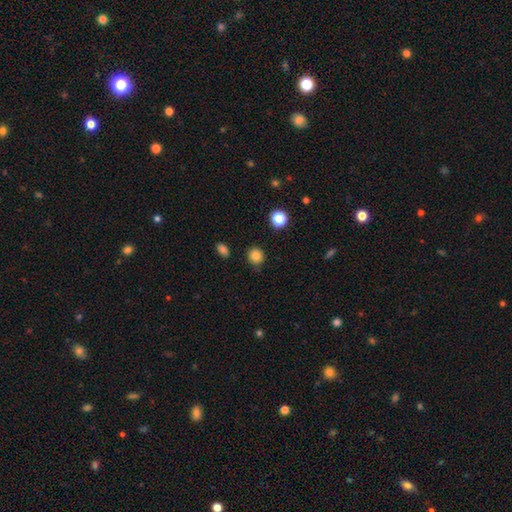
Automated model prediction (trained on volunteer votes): smooth_or_featured: smooth (p=0.82) [alt: star or artifact p=0.12]
how_rounded: round (p=0.88) [alt: in between p=0.11]
merging: none (p=0.85) [alt: minor disturbance p=0.11]